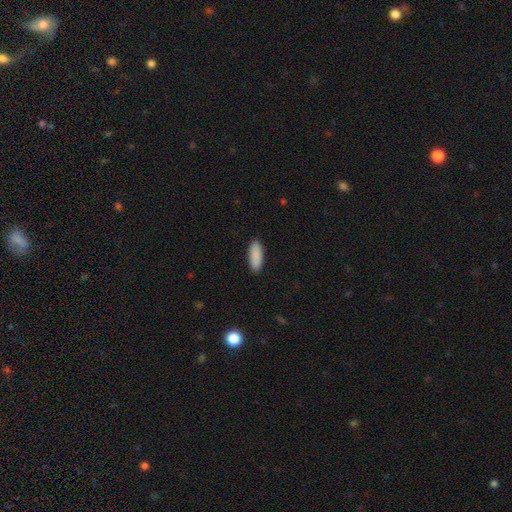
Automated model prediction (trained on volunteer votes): A smooth galaxy with no disk features (90%) that is in between round and cigar-shaped (67%).

Vote fractions:
- Smooth or featured? smooth: 90% / star or artifact: 6% / featured or disk: 4%
- How rounded? in between: 67% / cigar-shaped: 31% / round: 2%
- Merging? none: 89% / minor disturbance: 8% / major disturbance: 2% / merger: 1%